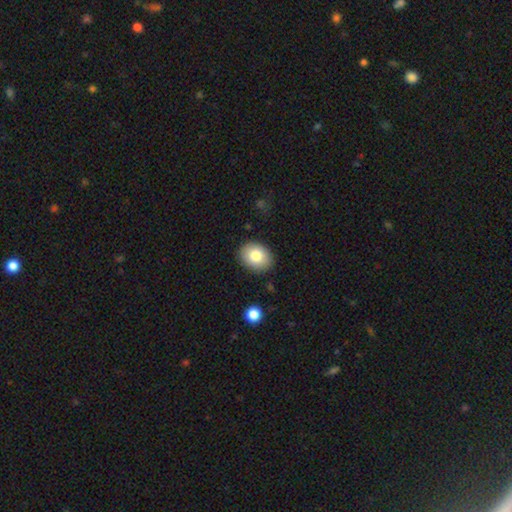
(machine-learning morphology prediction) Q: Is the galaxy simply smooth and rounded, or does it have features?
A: smooth — 80%.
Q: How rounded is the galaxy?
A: in between — 56%.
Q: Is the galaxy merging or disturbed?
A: none — 87%.